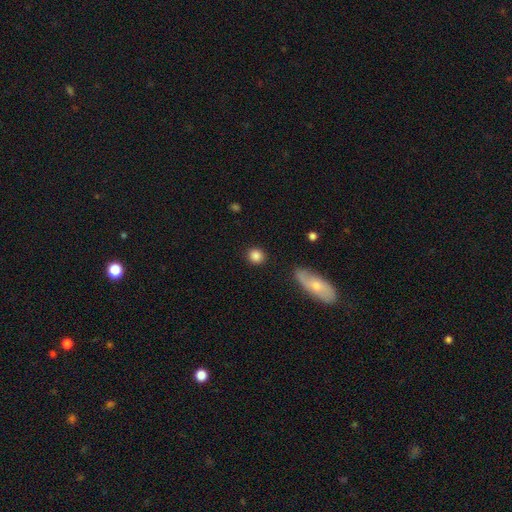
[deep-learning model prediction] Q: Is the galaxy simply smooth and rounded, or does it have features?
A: smooth — 85%.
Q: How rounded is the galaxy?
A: round — 90%.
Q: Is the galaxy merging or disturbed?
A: none — 89%.